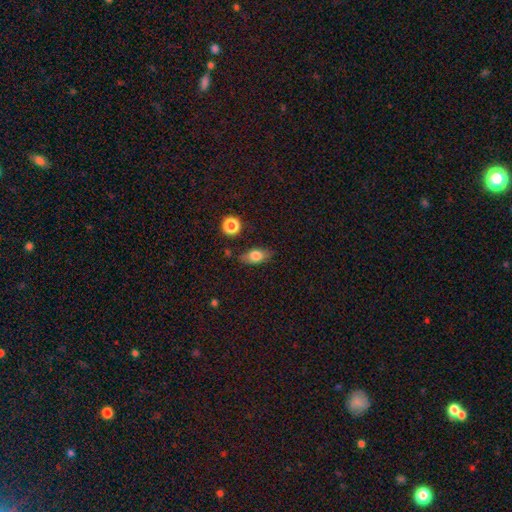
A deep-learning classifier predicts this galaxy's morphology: The model was most divided on "smooth or featured": smooth: 73%, featured or disk: 18%, star or artifact: 9%. More confident: how rounded — in between (78%); merging — none (77%).